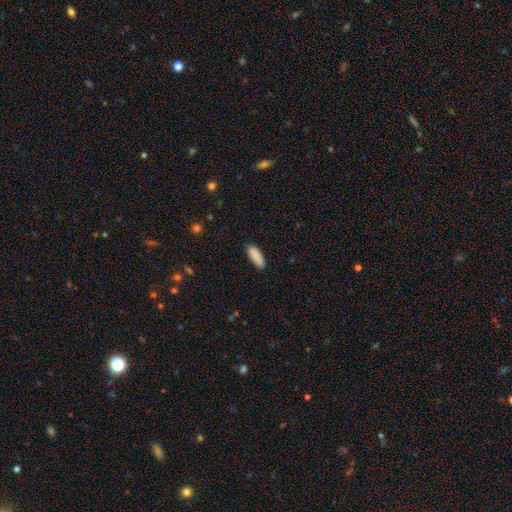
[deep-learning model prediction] smooth-or-featured: smooth: 89% | star or artifact: 6% | featured or disk: 4%
  how-rounded: in between: 67% | cigar-shaped: 32% | round: 2%
  merging: none: 86% | minor disturbance: 11% | major disturbance: 2% | merger: 1%